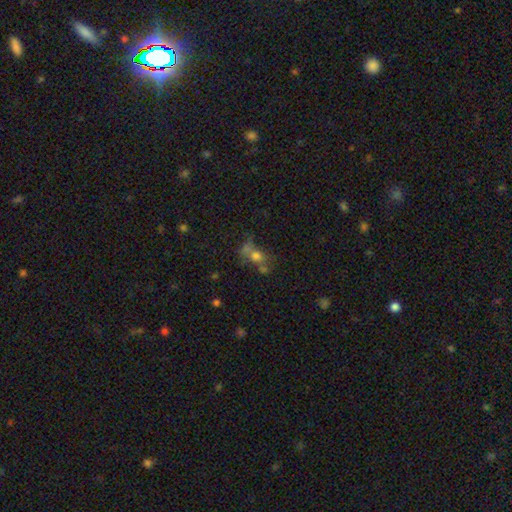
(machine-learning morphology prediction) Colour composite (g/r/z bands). It shows a smooth galaxy with no disk features (58%) that is round (57%). Merging: none (36%).